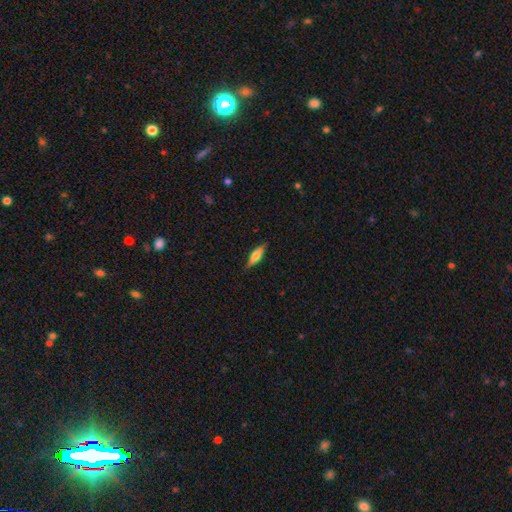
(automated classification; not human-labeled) Smooth or featured? Predicted: smooth (p=0.54). How rounded? Predicted: cigar-shaped (p=0.63). Merging? Predicted: none (p=0.86).